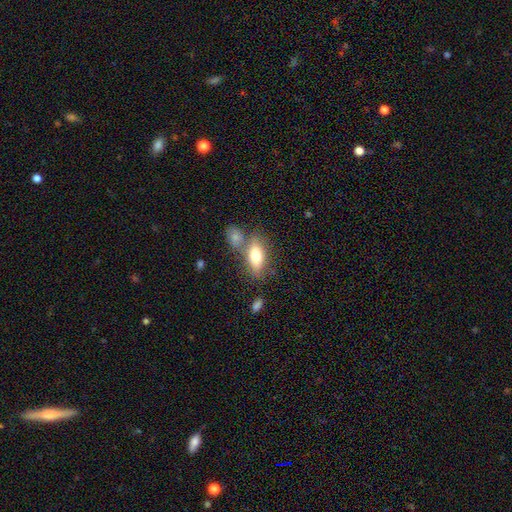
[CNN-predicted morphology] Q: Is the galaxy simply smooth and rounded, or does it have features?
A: smooth — 73%.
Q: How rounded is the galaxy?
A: in between — 81%.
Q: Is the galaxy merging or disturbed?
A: none — 55%.